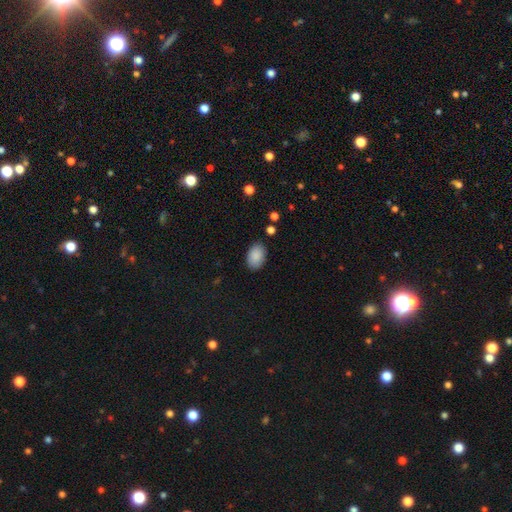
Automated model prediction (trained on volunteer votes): smooth_or_featured: smooth (p=0.89) [alt: star or artifact p=0.07]
how_rounded: in between (p=0.88) [alt: round p=0.11]
merging: none (p=0.86) [alt: minor disturbance p=0.10]